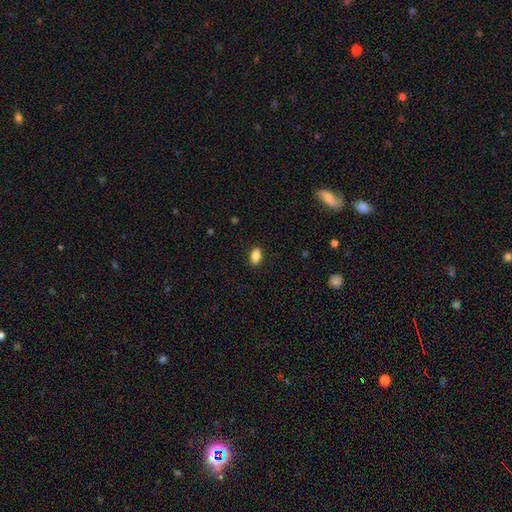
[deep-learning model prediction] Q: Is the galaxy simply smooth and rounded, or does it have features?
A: smooth — 87%.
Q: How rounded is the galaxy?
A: in between — 88%.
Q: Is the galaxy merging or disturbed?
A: none — 89%.